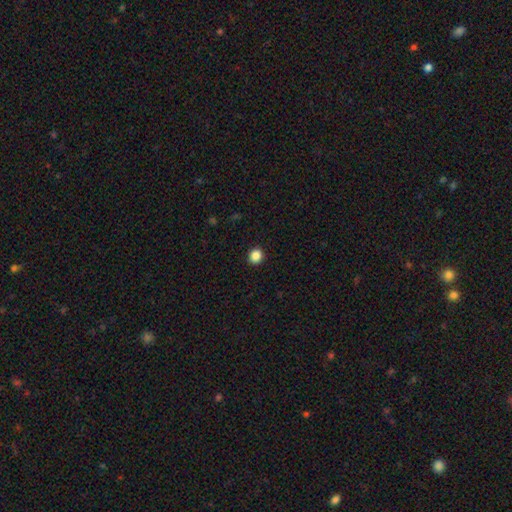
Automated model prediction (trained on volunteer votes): Smooth or featured?
  - smooth: 87% *
  - star or artifact: 10%
  - featured or disk: 3%
How rounded?
  - round: 87% *
  - in between: 12%
  - cigar-shaped: 1%
Merging?
  - none: 93% *
  - minor disturbance: 5%
  - major disturbance: 2%
  - merger: 1%